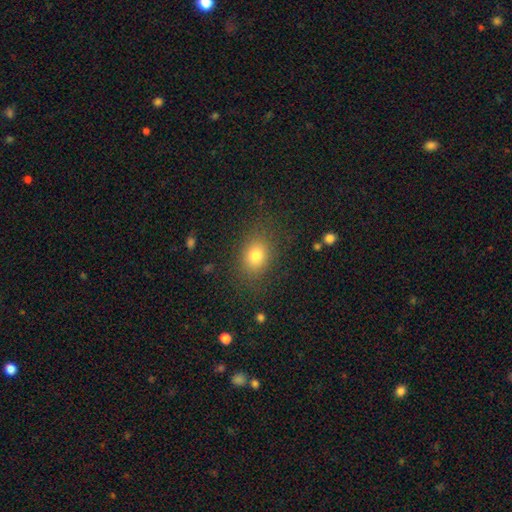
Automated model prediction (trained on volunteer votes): Morphology: type=smooth (79%); roundness=in between (56%); merging=none (82%).